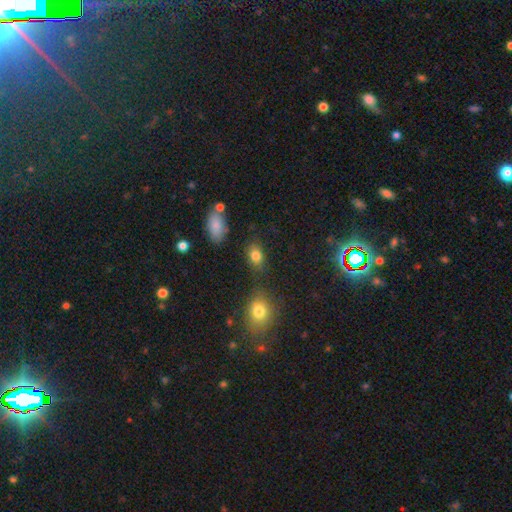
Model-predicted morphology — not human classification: smooth 82%, star or artifact 11%, featured or disk 7%. Down the decision tree: how rounded — in between (76%); merging — none (75%).